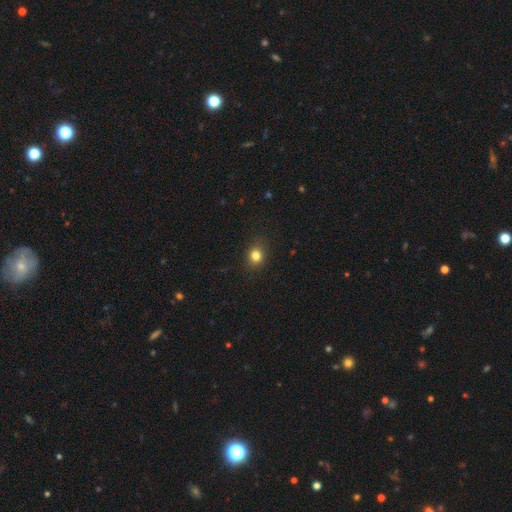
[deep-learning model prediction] Smooth or featured: smooth — 81% (star or artifact — 13%)
How rounded: round — 73% (in between — 25%)
Merging: none — 87% (minor disturbance — 9%)